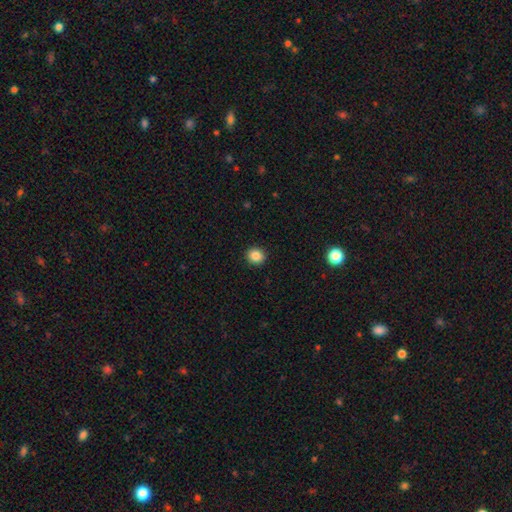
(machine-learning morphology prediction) The model was most divided on "how rounded": round: 80%, in between: 19%, cigar-shaped: 1%. More confident: merging — none (92%); smooth or featured — smooth (86%).